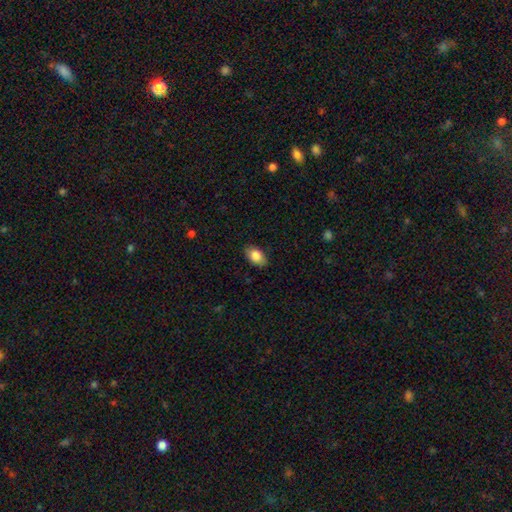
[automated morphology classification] The model was most divided on "smooth or featured": smooth: 84%, featured or disk: 9%, star or artifact: 7%. More confident: how rounded — in between (90%); merging — none (86%).